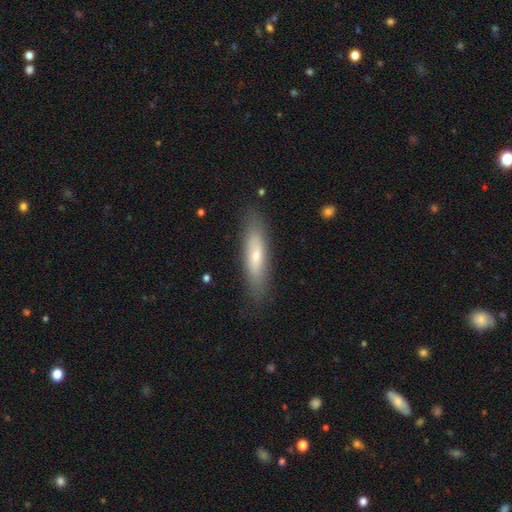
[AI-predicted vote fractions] Smooth or featured? smooth (62%)
How rounded? cigar-shaped (71%)
Merging? none (84%)